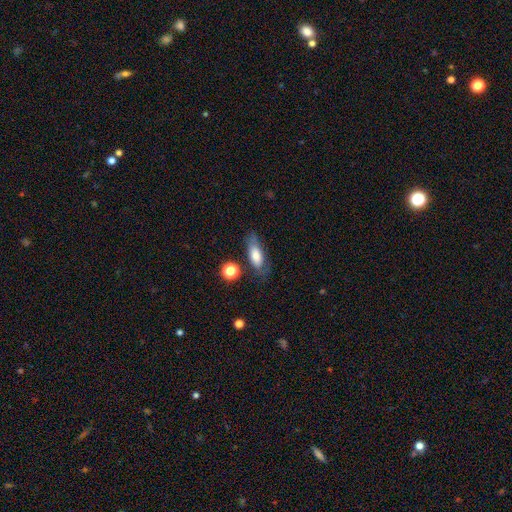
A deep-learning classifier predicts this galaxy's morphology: Overall: smooth (69%). How rounded: in between (70%). Merging: none (67%).